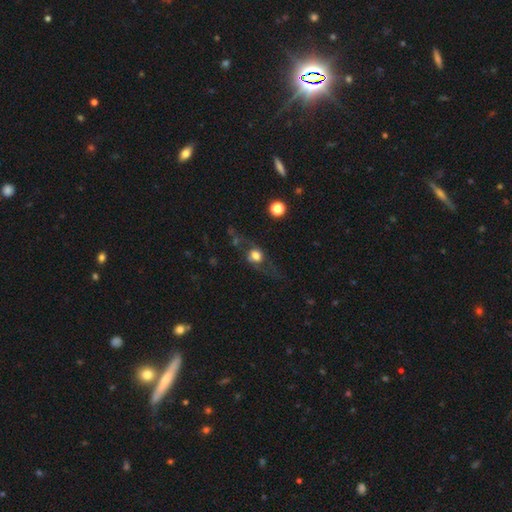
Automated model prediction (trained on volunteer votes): Smooth or featured: smooth — 48% (featured or disk — 41%)
Merging: none — 48% (major disturbance — 28%)